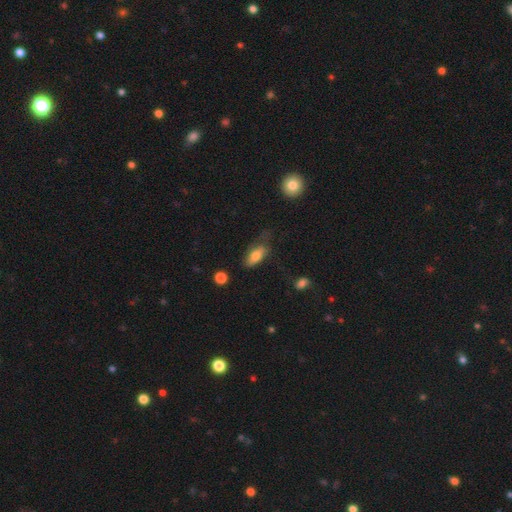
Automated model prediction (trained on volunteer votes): This appears to be a smooth galaxy with no disk features (72%) that is in between round and cigar-shaped (79%). Merging: none (48%).